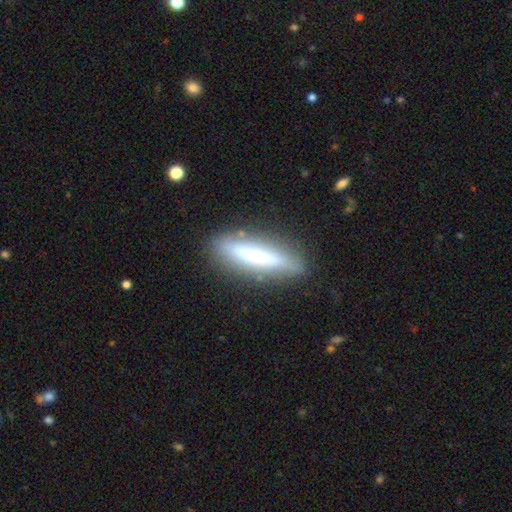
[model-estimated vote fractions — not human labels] Overall: smooth (52%; featured or disk 41%). How rounded: cigar-shaped (76%). Merging: none (82%).